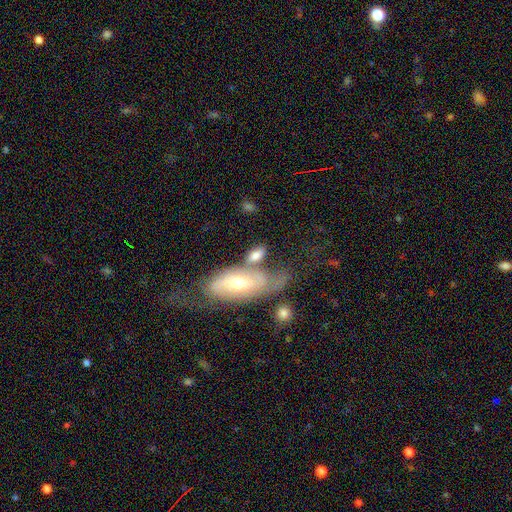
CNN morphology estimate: smooth-or-featured: smooth: 62% | featured or disk: 30% | star or artifact: 8%
  how-rounded: in between: 83% | cigar-shaped: 10% | round: 7%
  merging: none: 39% | merger: 35% | minor disturbance: 16% | major disturbance: 10%